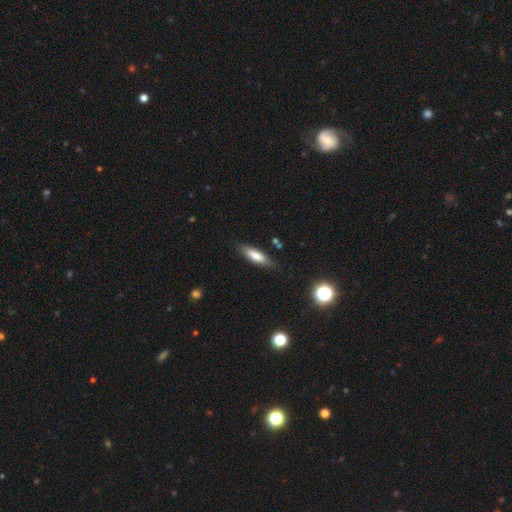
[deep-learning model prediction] Smooth or featured? smooth (72%)
How rounded? cigar-shaped (57%)
Merging? none (81%)